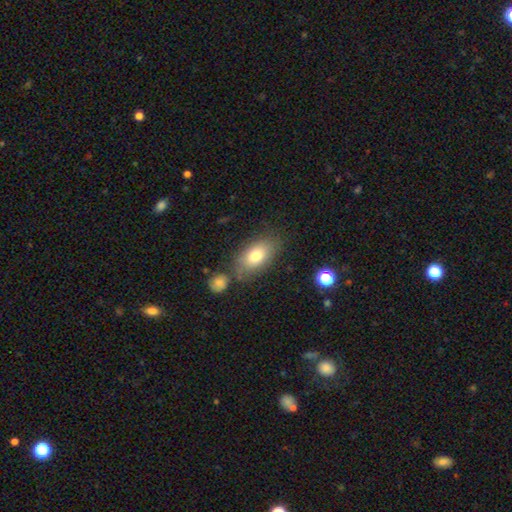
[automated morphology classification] Smooth or featured: smooth — 76% (featured or disk — 15%)
How rounded: in between — 88% (round — 9%)
Merging: none — 70% (minor disturbance — 16%)